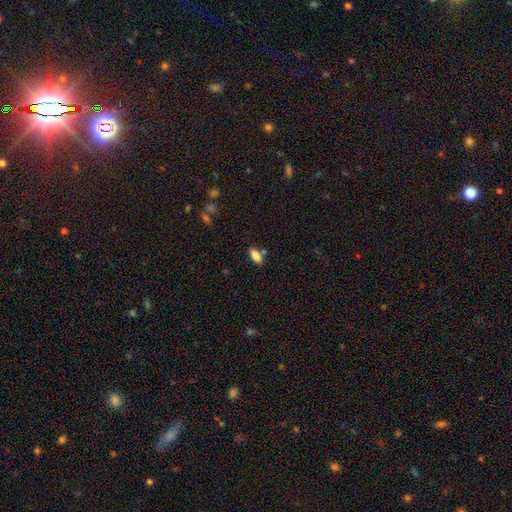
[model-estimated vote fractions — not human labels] Smooth or featured?
  - smooth: 83% *
  - featured or disk: 9%
  - star or artifact: 9%
How rounded?
  - in between: 86% *
  - cigar-shaped: 10%
  - round: 3%
Merging?
  - none: 75% *
  - minor disturbance: 12%
  - merger: 11%
  - major disturbance: 3%